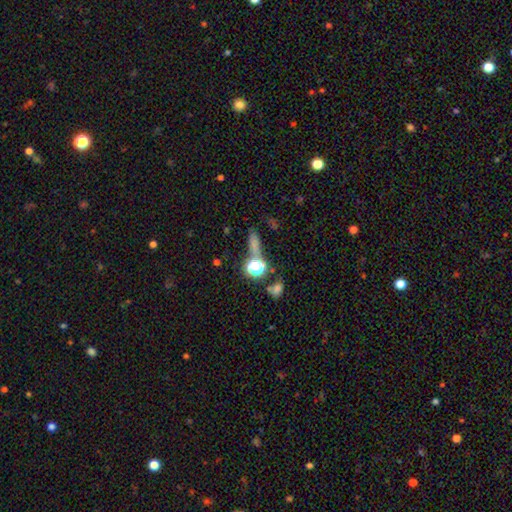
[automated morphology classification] The model was most divided on "smooth or featured" (2-way tie): star or artifact: 40%, smooth: 40%, featured or disk: 20%.